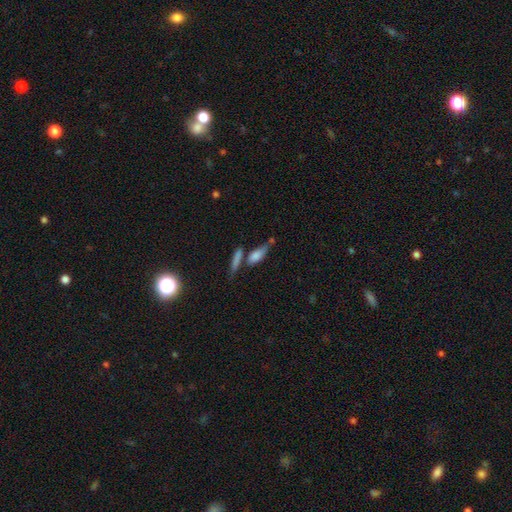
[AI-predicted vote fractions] The model was most divided on "how rounded": in between: 49%, cigar-shaped: 46%, round: 5%. More confident: smooth or featured — smooth (64%); merging — none (54%).